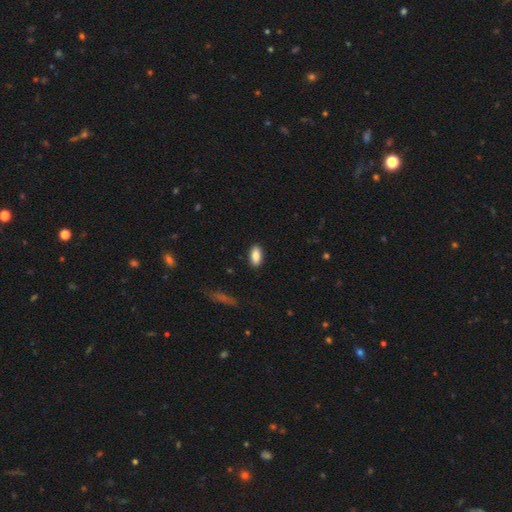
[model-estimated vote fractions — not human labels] smooth-or-featured: smooth: 86% | featured or disk: 7% | star or artifact: 7%
  how-rounded: in between: 90% | cigar-shaped: 7% | round: 3%
  merging: none: 89% | minor disturbance: 8% | major disturbance: 2% | merger: 1%